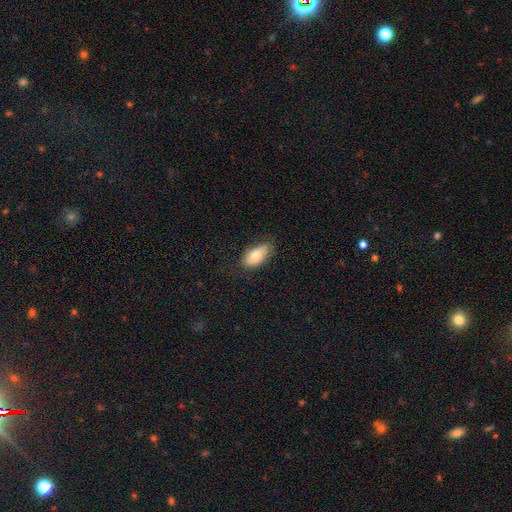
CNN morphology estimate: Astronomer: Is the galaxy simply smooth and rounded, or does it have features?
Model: smooth — 82%.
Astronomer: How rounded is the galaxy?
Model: in between — 92%.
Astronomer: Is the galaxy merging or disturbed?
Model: none — 70%.